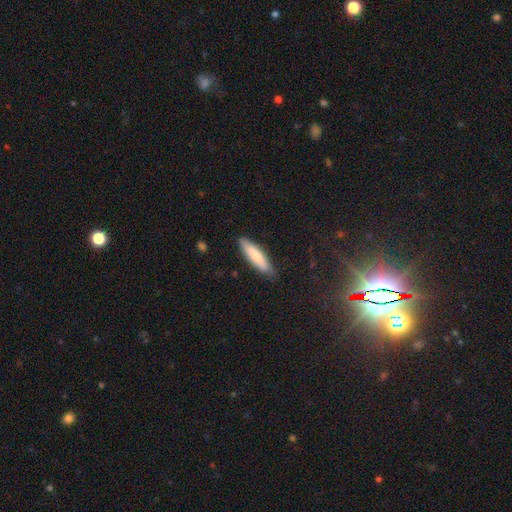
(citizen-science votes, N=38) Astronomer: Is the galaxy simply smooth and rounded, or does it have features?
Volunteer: smooth — 92%.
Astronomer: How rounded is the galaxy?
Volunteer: cigar-shaped — 74%.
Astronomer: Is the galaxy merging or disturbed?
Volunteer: none — 74%.